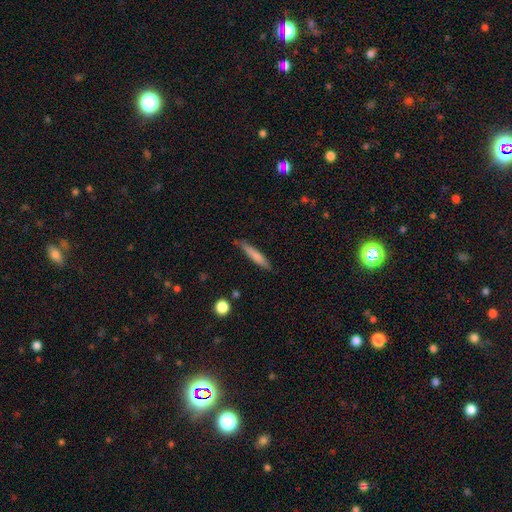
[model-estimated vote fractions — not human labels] smooth_or_featured: smooth (p=0.73) [alt: featured or disk p=0.21]
how_rounded: cigar-shaped (p=0.92) [alt: in between p=0.07]
merging: none (p=0.80) [alt: minor disturbance p=0.16]